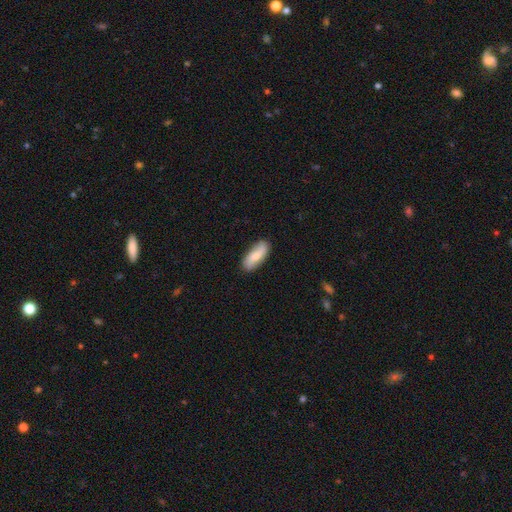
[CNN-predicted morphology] This is likely a smooth galaxy (70%). How rounded: likely in between (74%). Merging: clearly none (84%).